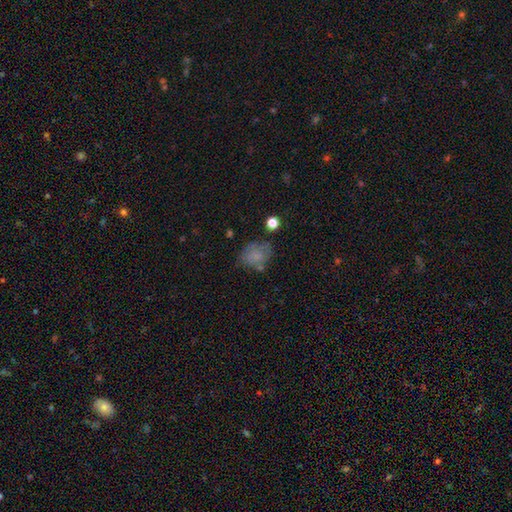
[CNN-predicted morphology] This appears to be a smooth galaxy with no disk features (67%) that is in between round and cigar-shaped (53%). Merging: none (52%).